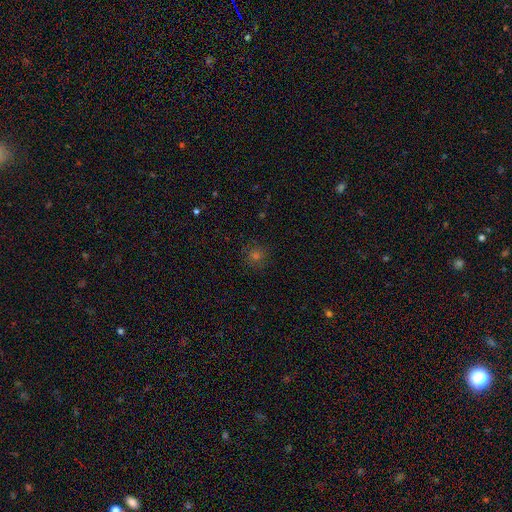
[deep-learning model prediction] Smooth or featured: smooth — 57% (star or artifact — 32%)
How rounded: round — 93% (in between — 6%)
Merging: none — 88% (minor disturbance — 8%)